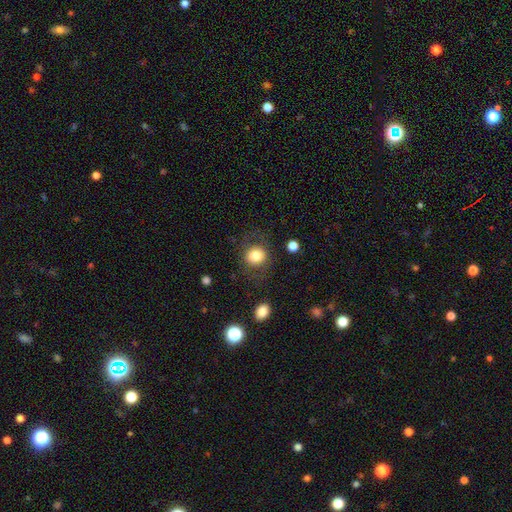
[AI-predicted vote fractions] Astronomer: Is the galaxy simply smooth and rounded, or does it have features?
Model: smooth — 81%.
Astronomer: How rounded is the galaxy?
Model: round — 83%.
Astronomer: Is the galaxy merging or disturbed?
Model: none — 79%.